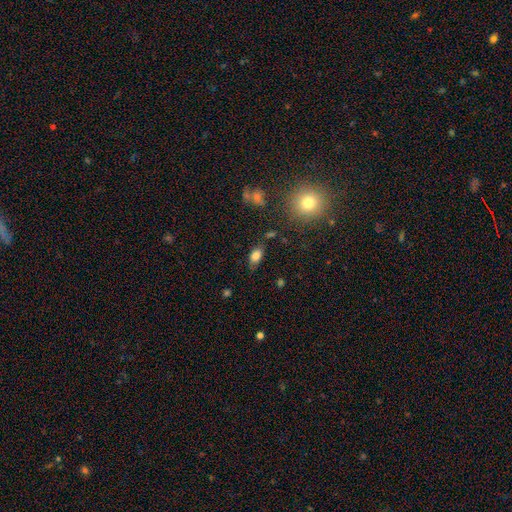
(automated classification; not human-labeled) This is likely a smooth galaxy (80%). How rounded: clearly in between (89%). Merging: likely none (74%).